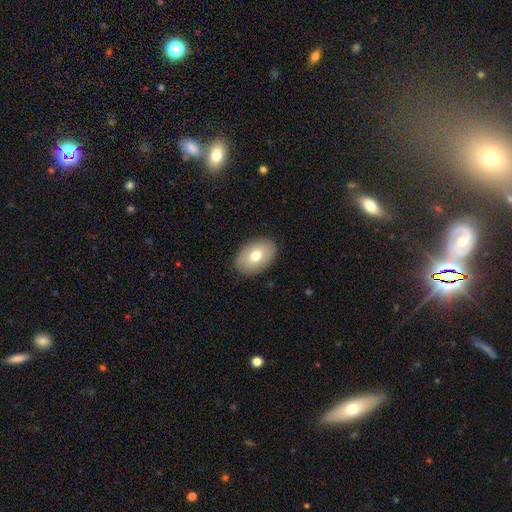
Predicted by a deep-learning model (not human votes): smooth-or-featured: smooth: 71% | featured or disk: 22% | star or artifact: 7%
  how-rounded: in between: 87% | round: 12% | cigar-shaped: 1%
  merging: none: 88% | minor disturbance: 9% | major disturbance: 2% | merger: 1%